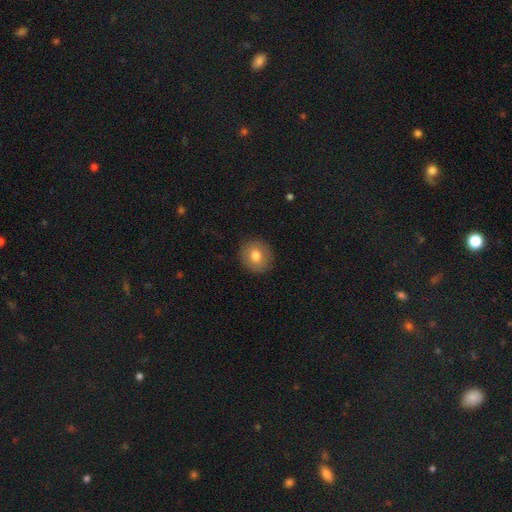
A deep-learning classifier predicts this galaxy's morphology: A smooth galaxy with no disk features (74%) that is round (80%).

Vote fractions:
- Smooth or featured? smooth: 74% / featured or disk: 17% / star or artifact: 8%
- How rounded? round: 80% / in between: 19% / cigar-shaped: 1%
- Merging? none: 89% / minor disturbance: 7% / major disturbance: 2% / merger: 1%